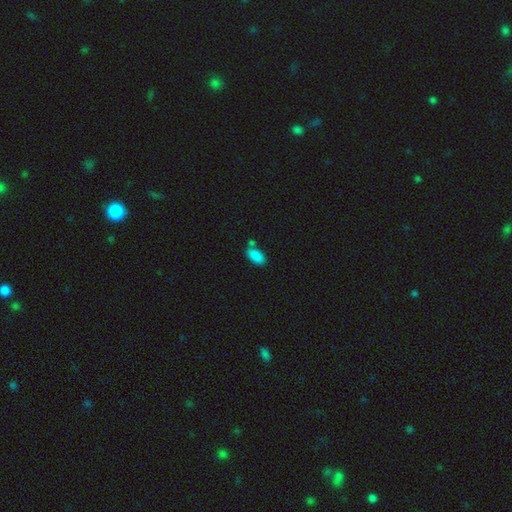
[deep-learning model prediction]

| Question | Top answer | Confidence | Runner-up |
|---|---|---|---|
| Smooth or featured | smooth | 87% | star or artifact (9%) |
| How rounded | in between | 93% | cigar-shaped (4%) |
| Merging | none | 60% | merger (21%) |